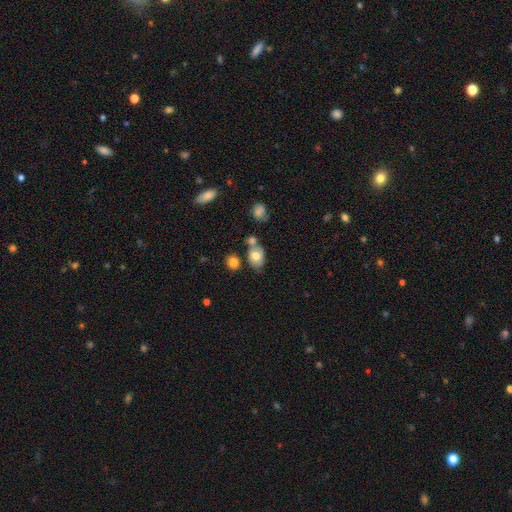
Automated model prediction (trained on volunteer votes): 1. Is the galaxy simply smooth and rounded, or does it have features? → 72% smooth, 19% featured or disk, 9% star or artifact.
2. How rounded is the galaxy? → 76% in between, 22% round, 1% cigar-shaped.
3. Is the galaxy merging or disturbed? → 53% none, 22% merger, 19% minor disturbance, 6% major disturbance.